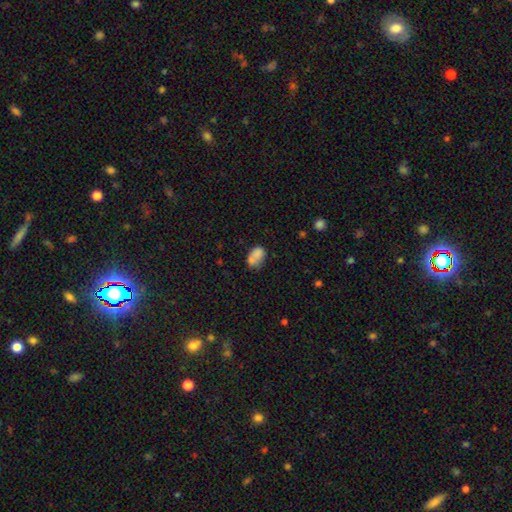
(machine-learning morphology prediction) The model was most divided on "merging": merger: 36%, none: 33%, minor disturbance: 21%, major disturbance: 10%. More confident: how rounded — in between (77%); smooth or featured — smooth (75%).